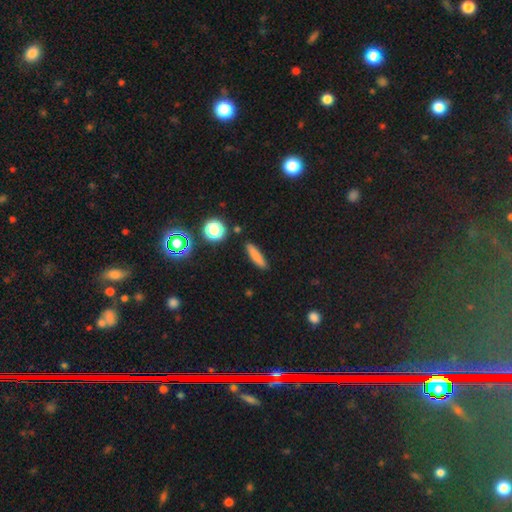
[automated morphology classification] A smooth galaxy with no disk features (79%) that is cigar-shaped (80%).

Vote fractions:
- Smooth or featured? smooth: 79% / star or artifact: 11% / featured or disk: 10%
- How rounded? cigar-shaped: 80% / in between: 16% / round: 4%
- Merging? none: 88% / minor disturbance: 8% / merger: 2% / major disturbance: 2%